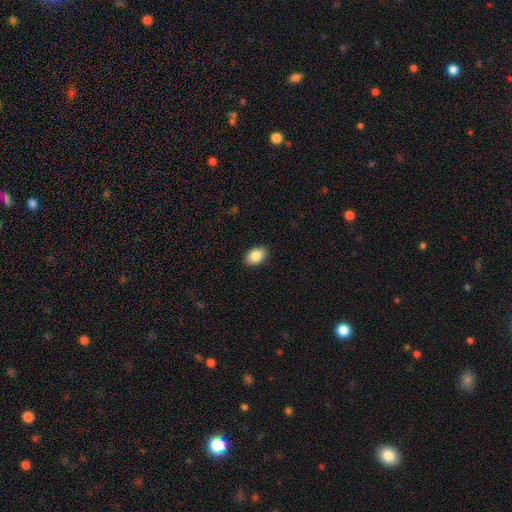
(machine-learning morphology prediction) A smooth galaxy with no disk features (87%) that is in between round and cigar-shaped (88%). Merging: none (88%).